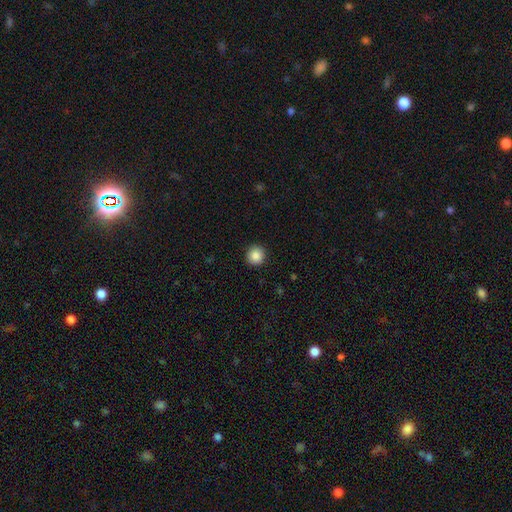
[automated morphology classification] This is clearly a smooth galaxy (88%). How rounded: clearly round (95%). Merging: clearly none (93%).